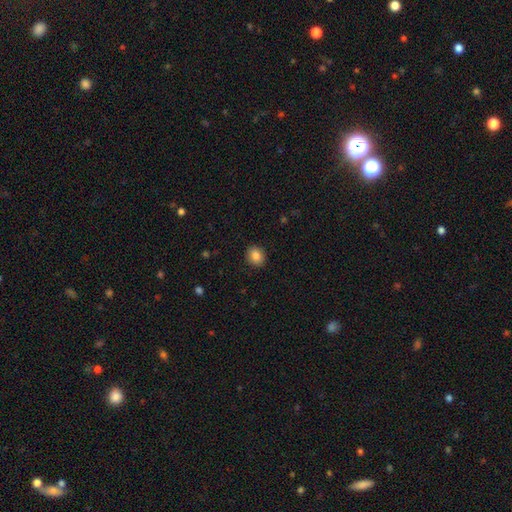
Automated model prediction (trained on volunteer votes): A smooth galaxy with no disk features (86%) that is round (66%). Merging: none (91%).